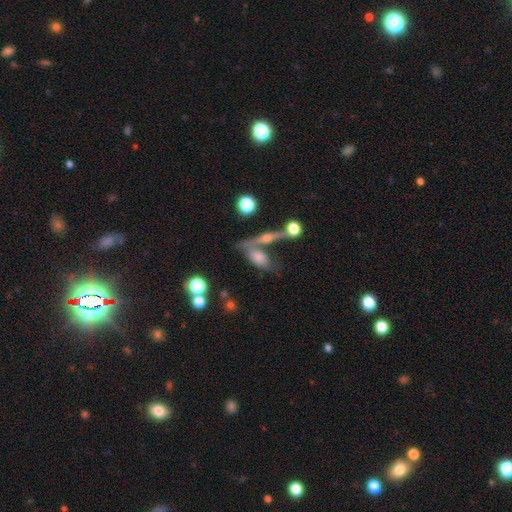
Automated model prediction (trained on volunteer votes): smooth-or-featured: smooth: 50% | featured or disk: 38% | star or artifact: 12%
  merging: none: 39% | merger: 36% | minor disturbance: 15% | major disturbance: 10%